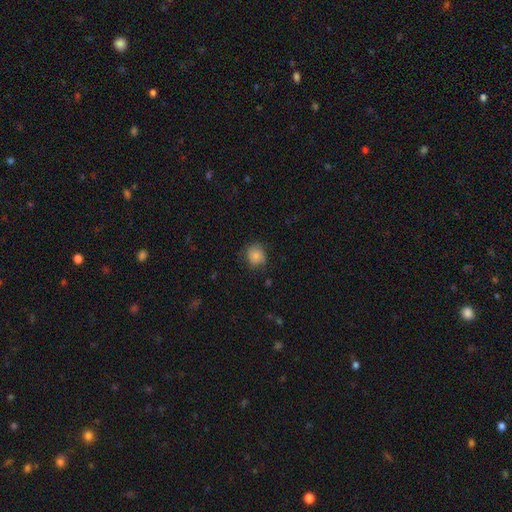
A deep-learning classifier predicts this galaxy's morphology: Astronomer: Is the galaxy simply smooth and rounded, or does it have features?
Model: smooth — 82%.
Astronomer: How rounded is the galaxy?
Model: round — 81%.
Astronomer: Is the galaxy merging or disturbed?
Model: none — 73%.